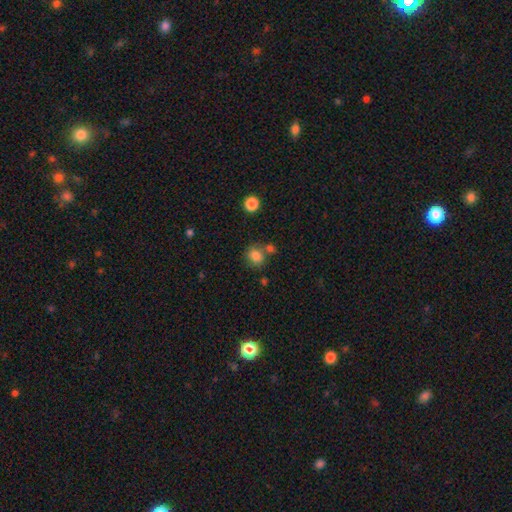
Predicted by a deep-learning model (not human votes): Smooth or featured: smooth — 82% (star or artifact — 11%)
How rounded: round — 73% (in between — 26%)
Merging: none — 63% (merger — 19%)